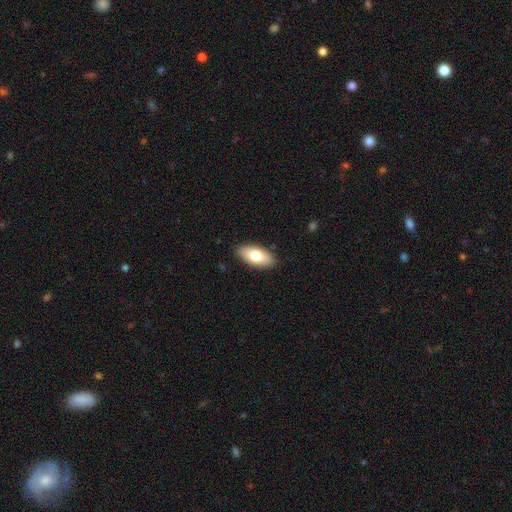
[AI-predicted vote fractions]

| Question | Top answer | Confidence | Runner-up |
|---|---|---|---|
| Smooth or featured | smooth | 76% | featured or disk (18%) |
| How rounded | in between | 89% | cigar-shaped (9%) |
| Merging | none | 88% | minor disturbance (9%) |